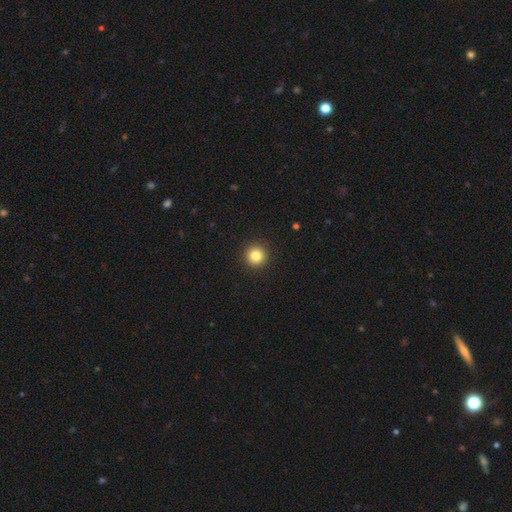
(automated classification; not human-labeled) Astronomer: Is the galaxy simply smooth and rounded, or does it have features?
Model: smooth — 84%.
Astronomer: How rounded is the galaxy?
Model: round — 96%.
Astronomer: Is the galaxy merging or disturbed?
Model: none — 93%.